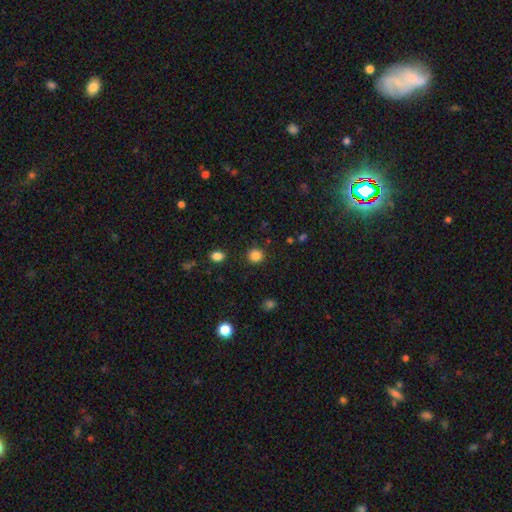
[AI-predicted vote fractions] A smooth galaxy with no disk features (84%) that is round (91%).

Vote fractions:
- Smooth or featured? smooth: 84% / star or artifact: 12% / featured or disk: 4%
- How rounded? round: 91% / in between: 8% / cigar-shaped: 1%
- Merging? none: 89% / minor disturbance: 7% / major disturbance: 2% / merger: 2%